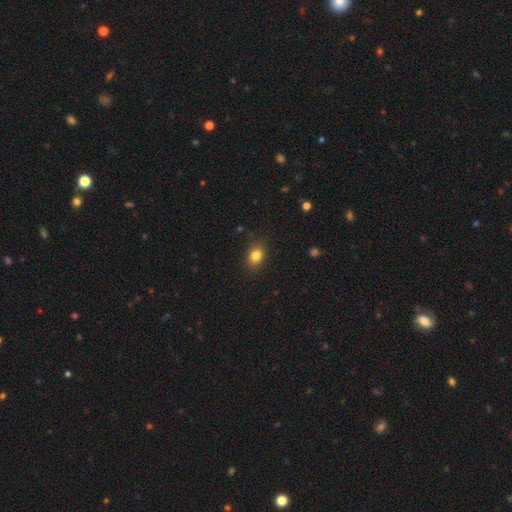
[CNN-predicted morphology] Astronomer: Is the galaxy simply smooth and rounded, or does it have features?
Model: smooth — 83%.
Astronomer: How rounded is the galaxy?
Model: in between — 59% (runner-up: round, 40%).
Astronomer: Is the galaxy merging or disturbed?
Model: none — 85%.